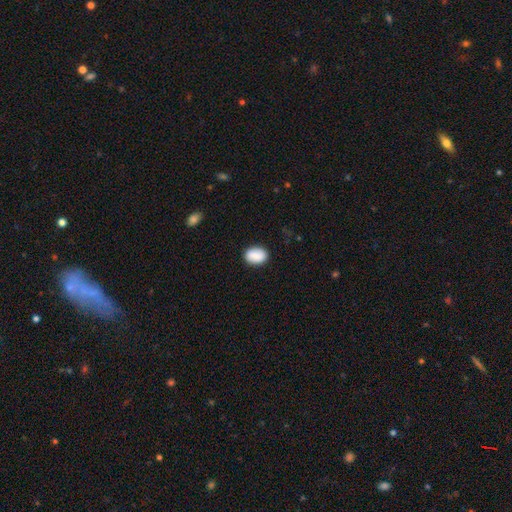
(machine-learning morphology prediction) This is clearly a smooth galaxy (88%). How rounded: likely in between (76%). Merging: clearly none (85%).